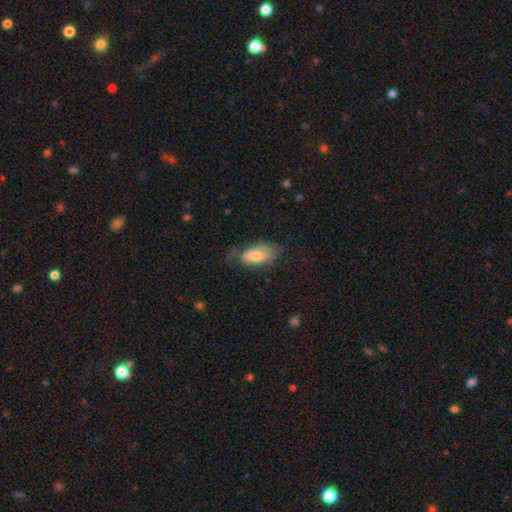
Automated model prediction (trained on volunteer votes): Smooth or featured? Predicted: smooth (p=0.70). How rounded? Predicted: in between (p=0.87). Merging? Predicted: none (p=0.52).